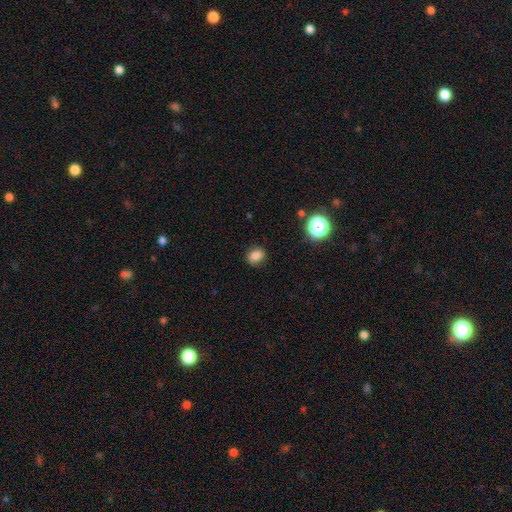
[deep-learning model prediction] smooth_or_featured: smooth (p=0.80) [alt: star or artifact p=0.14]
how_rounded: round (p=0.50) [alt: in between p=0.49]
merging: none (p=0.85) [alt: minor disturbance p=0.11]